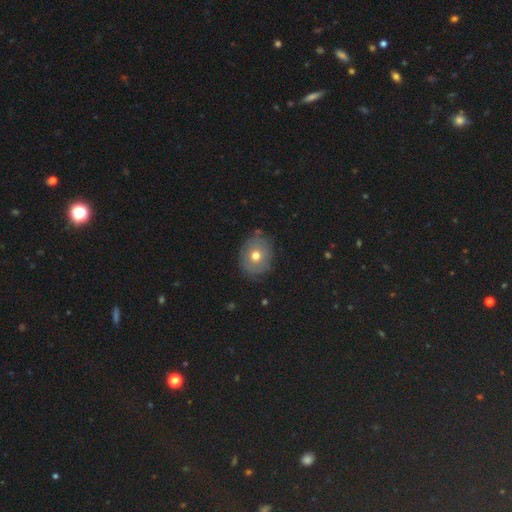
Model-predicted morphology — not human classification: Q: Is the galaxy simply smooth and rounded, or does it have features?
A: smooth — 64%.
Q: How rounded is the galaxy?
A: round — 64%.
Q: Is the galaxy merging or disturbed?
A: none — 82%.